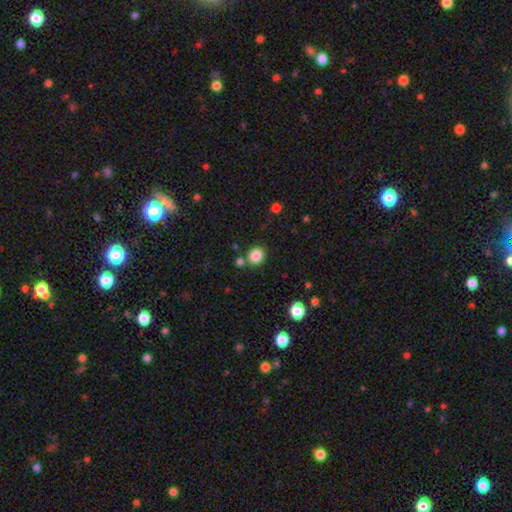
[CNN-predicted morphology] smooth-or-featured: smooth: 85% | star or artifact: 11% | featured or disk: 4%
  how-rounded: round: 74% | in between: 25% | cigar-shaped: 1%
  merging: none: 81% | merger: 8% | minor disturbance: 8% | major disturbance: 3%